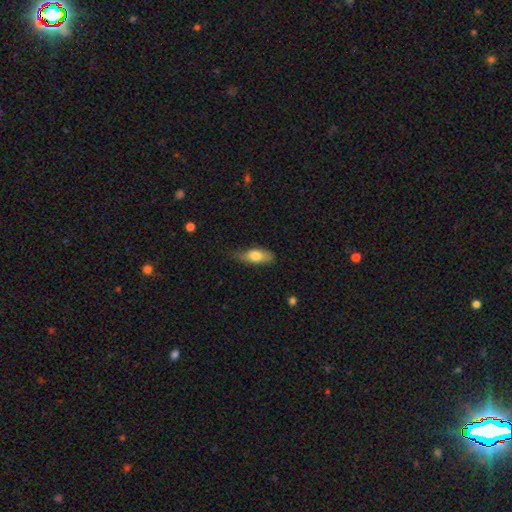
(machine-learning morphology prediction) This is likely a smooth galaxy (72%). How rounded: likely in between (76%). Merging: likely none (62%).